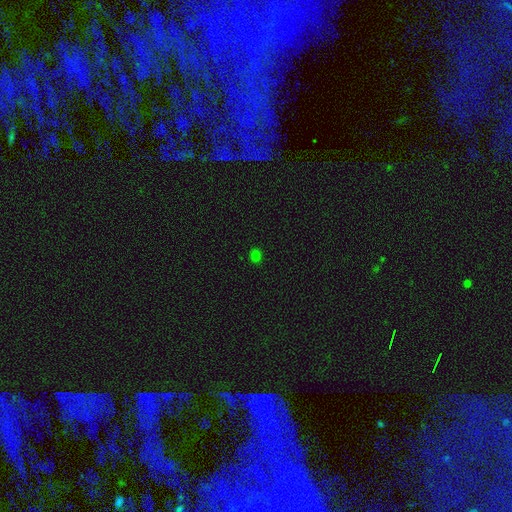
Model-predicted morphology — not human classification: Smooth or featured: smooth — 78% (star or artifact — 19%)
How rounded: round — 75% (in between — 24%)
Merging: none — 90% (minor disturbance — 7%)